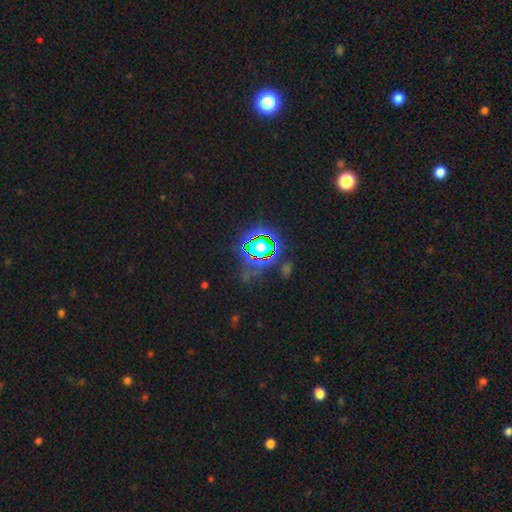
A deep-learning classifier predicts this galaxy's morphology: star or artifact 78%, smooth 14%, featured or disk 7%.